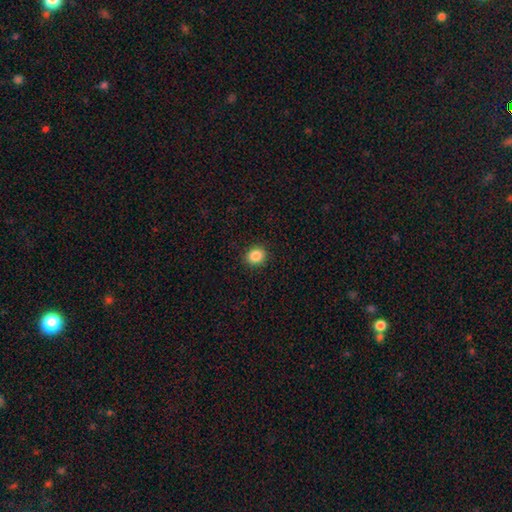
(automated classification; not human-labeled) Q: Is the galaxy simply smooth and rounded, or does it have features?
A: smooth — 87%.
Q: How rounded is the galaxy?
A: round — 71%.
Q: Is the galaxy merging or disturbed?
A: none — 91%.